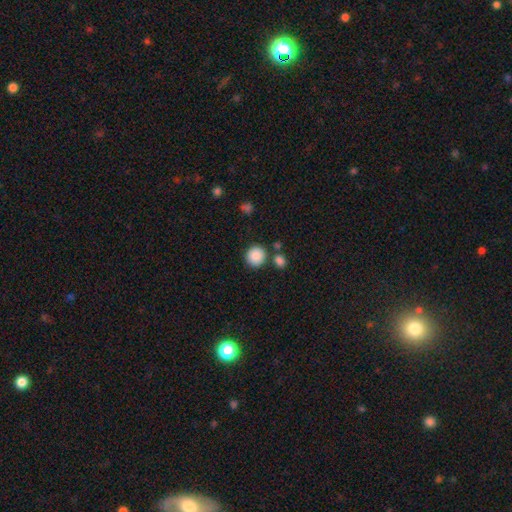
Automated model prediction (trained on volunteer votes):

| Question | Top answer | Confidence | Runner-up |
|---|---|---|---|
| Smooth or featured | smooth | 88% | star or artifact (8%) |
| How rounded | round | 90% | in between (9%) |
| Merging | none | 80% | merger (9%) |